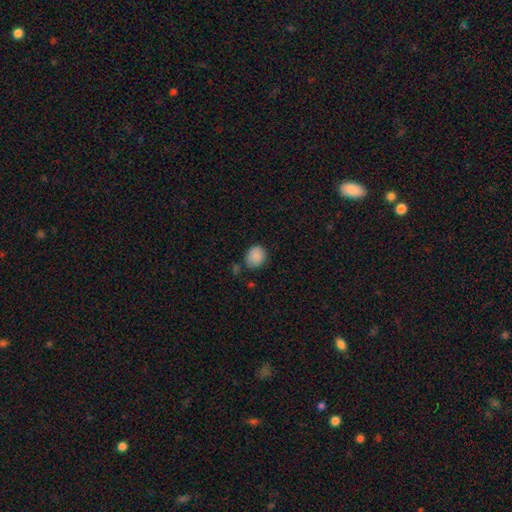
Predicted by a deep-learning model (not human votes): Smooth or featured?
  - smooth: 87% *
  - star or artifact: 9%
  - featured or disk: 4%
How rounded?
  - round: 67% *
  - in between: 32%
  - cigar-shaped: 1%
Merging?
  - none: 69% *
  - minor disturbance: 21%
  - merger: 5%
  - major disturbance: 5%